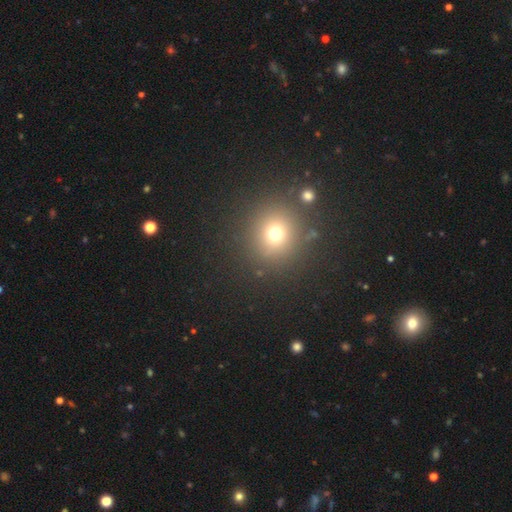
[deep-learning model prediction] Smooth or featured? Predicted: smooth (p=0.56). How rounded? Predicted: round (p=0.91). Merging? Predicted: none (p=0.89).